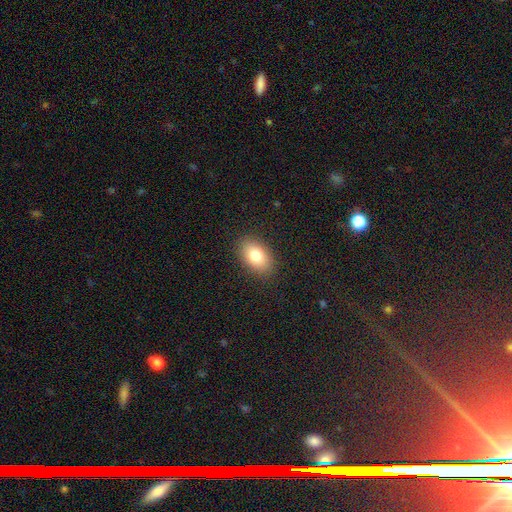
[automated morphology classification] A smooth galaxy with no disk features (81%) that is in between round and cigar-shaped (88%).

Vote fractions:
- Smooth or featured? smooth: 81% / featured or disk: 10% / star or artifact: 8%
- How rounded? in between: 88% / round: 11% / cigar-shaped: 1%
- Merging? none: 88% / minor disturbance: 9% / major disturbance: 2% / merger: 1%